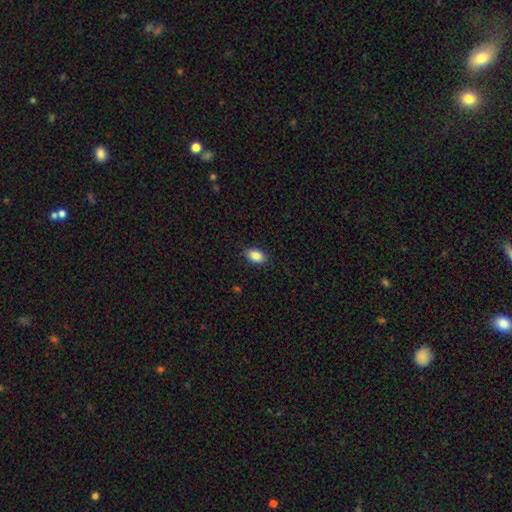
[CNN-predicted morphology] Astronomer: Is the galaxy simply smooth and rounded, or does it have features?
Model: smooth — 89%.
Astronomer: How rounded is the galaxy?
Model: in between — 90%.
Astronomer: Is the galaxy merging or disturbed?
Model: none — 88%.